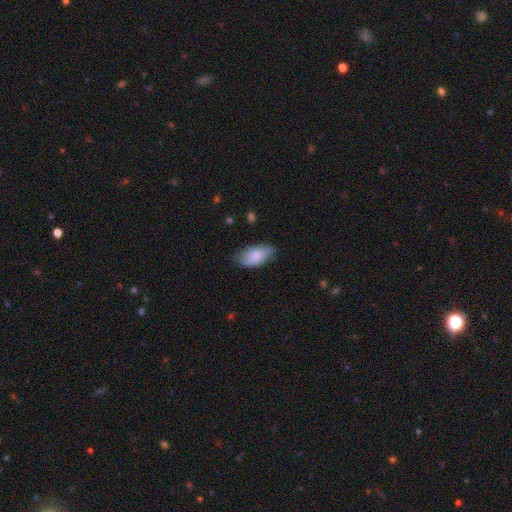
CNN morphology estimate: The model was most divided on "merging": none: 71%, minor disturbance: 24%, major disturbance: 4%, merger: 1%. More confident: how rounded — in between (94%); smooth or featured — smooth (80%).